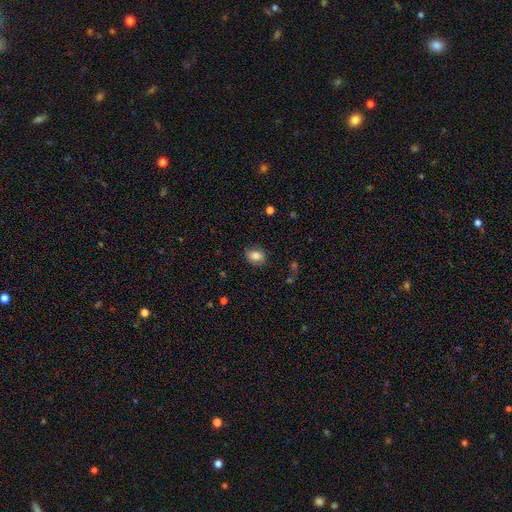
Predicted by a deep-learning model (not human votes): A smooth galaxy with no disk features (81%) that is in between round and cigar-shaped (60%).

Vote fractions:
- Smooth or featured? smooth: 81% / featured or disk: 10% / star or artifact: 9%
- How rounded? in between: 60% / round: 39% / cigar-shaped: 1%
- Merging? none: 83% / minor disturbance: 13% / major disturbance: 3% / merger: 1%